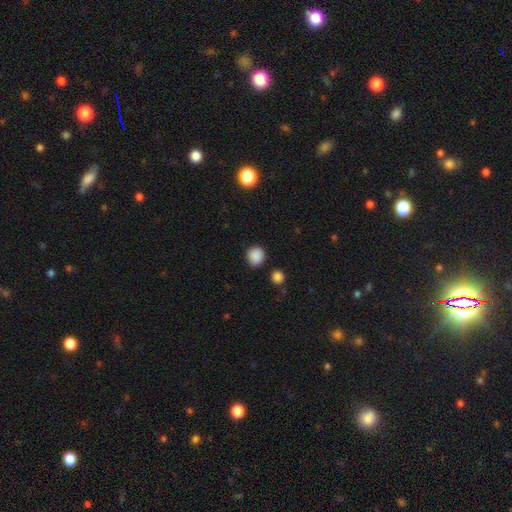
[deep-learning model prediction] smooth_or_featured: smooth (p=0.88) [alt: star or artifact p=0.10]
how_rounded: round (p=0.86) [alt: in between p=0.13]
merging: none (p=0.87) [alt: minor disturbance p=0.08]